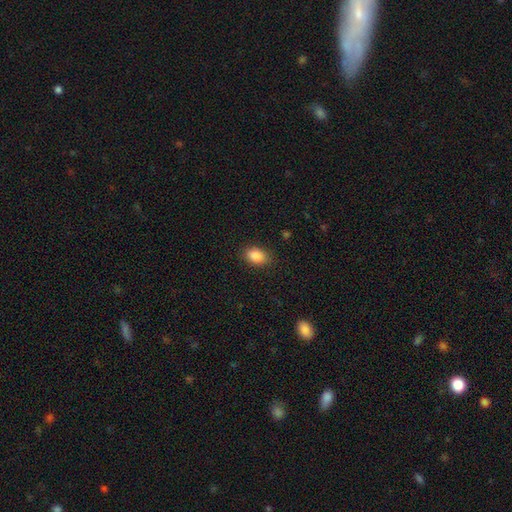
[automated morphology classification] The model was most divided on "how rounded": in between: 84%, round: 14%, cigar-shaped: 1%. More confident: smooth or featured — smooth (89%); merging — none (85%).